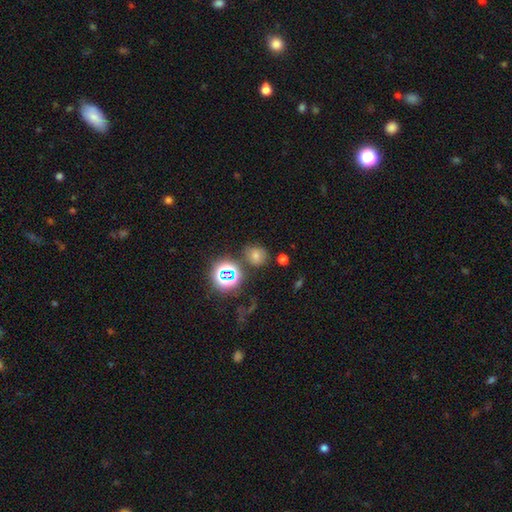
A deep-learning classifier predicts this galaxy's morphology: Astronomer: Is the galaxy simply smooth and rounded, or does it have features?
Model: smooth — 48% (runner-up: star or artifact, 40%).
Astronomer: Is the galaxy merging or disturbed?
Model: none — 79%.